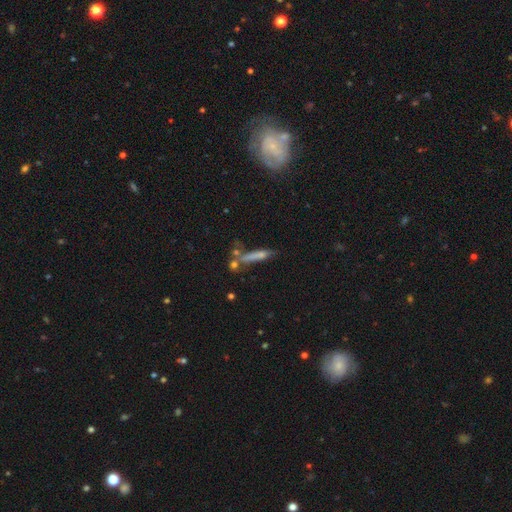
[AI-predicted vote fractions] A smooth galaxy with no disk features (54%) that is cigar-shaped (88%). Merging: none (59%).